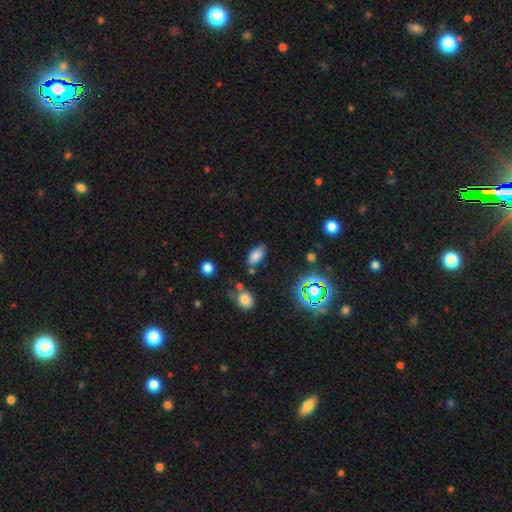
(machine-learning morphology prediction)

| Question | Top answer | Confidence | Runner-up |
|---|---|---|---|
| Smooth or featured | smooth | 78% | star or artifact (15%) |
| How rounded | in between | 91% | cigar-shaped (5%) |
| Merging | none | 76% | minor disturbance (15%) |